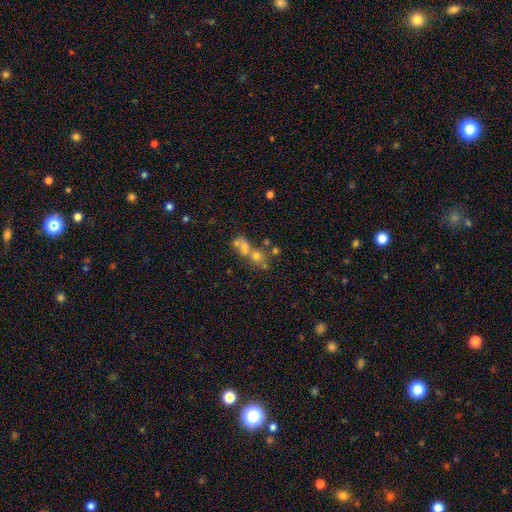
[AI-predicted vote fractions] Morphology: type=smooth (45%); merging=merger (51%).